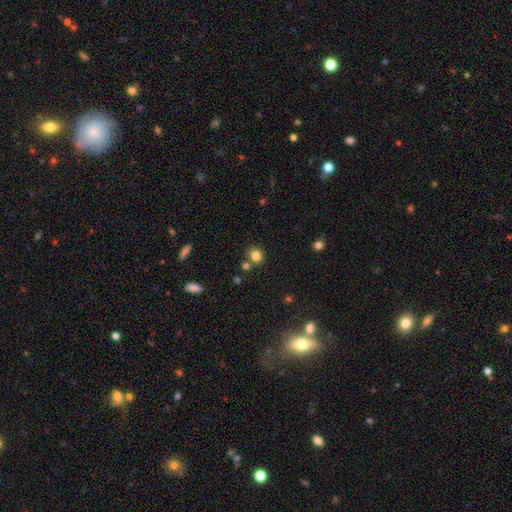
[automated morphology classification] smooth_or_featured: smooth (p=0.82) [alt: star or artifact p=0.12]
how_rounded: round (p=0.75) [alt: in between p=0.24]
merging: none (p=0.72) [alt: merger p=0.15]